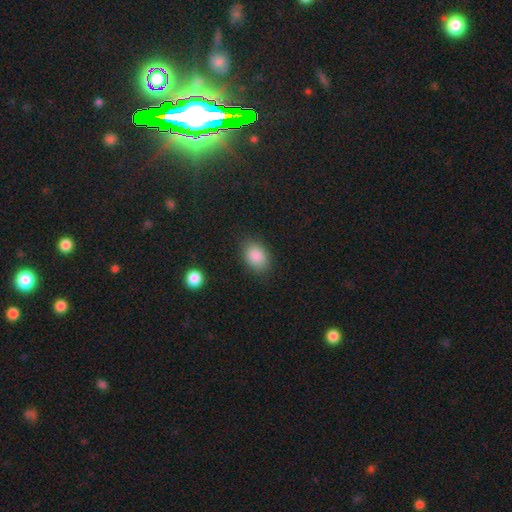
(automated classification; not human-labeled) Smooth or featured? smooth (88%)
How rounded? in between (77%)
Merging? none (83%)